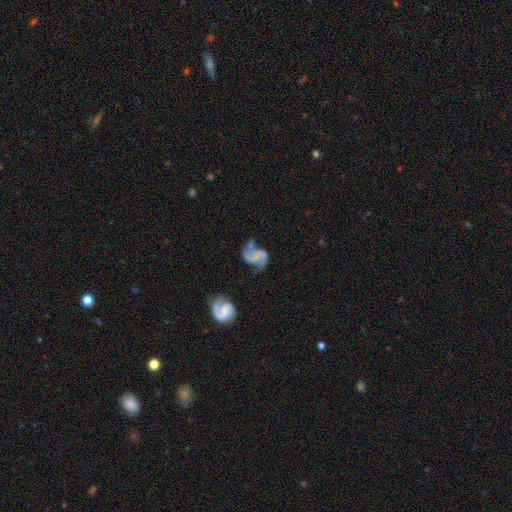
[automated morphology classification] This appears to be a featured or disk galaxy (79%) with no bar (52%), 2 (89%) loose (51%) spiral arms (93%) and no central bulge (67%). Merging: none (48%).